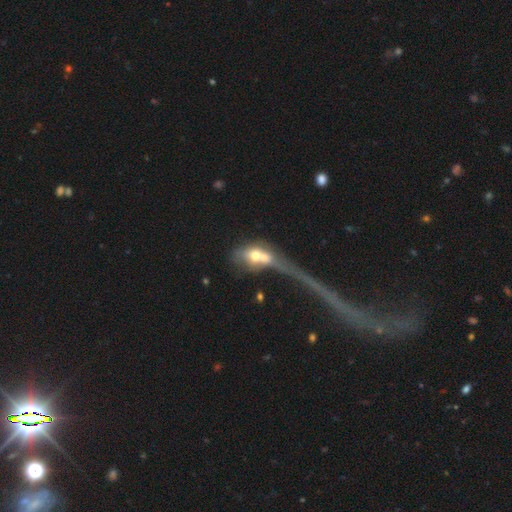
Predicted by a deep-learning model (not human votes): Q: Smooth or featured?
A: smooth (54%); runner-up: featured or disk (34%)
Q: How rounded?
A: in between (48%); runner-up: round (42%)
Q: Merging?
A: merger (58%); runner-up: major disturbance (18%)